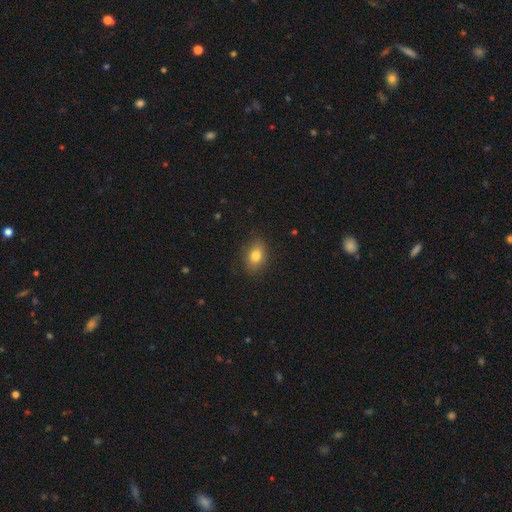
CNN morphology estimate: Smooth or featured? Predicted: smooth (p=0.82). How rounded? Predicted: in between (p=0.76). Merging? Predicted: none (p=0.85).